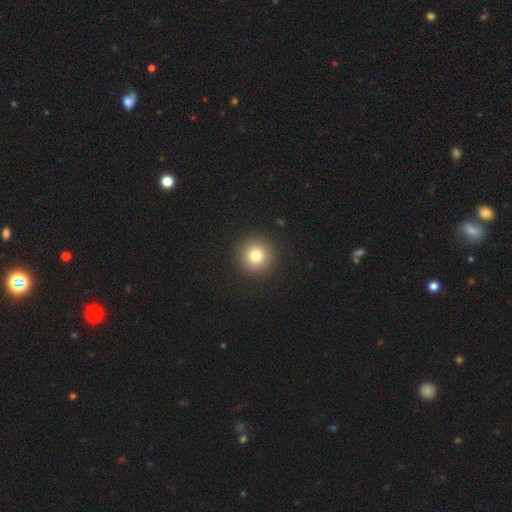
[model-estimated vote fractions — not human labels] This is likely a smooth galaxy (79%). How rounded: clearly round (95%). Merging: clearly none (92%).